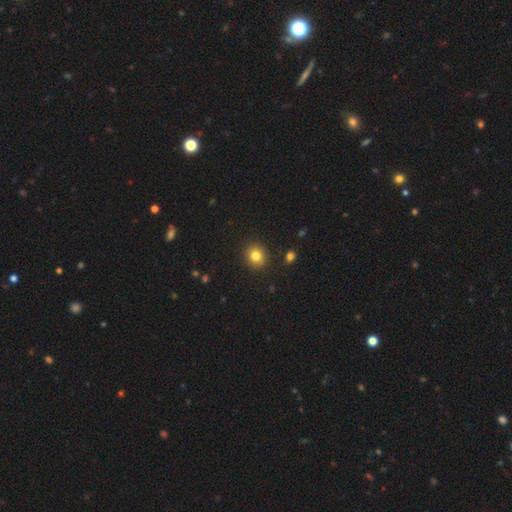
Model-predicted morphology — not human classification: Overall: smooth (82%). How rounded: round (81%). Merging: none (90%).